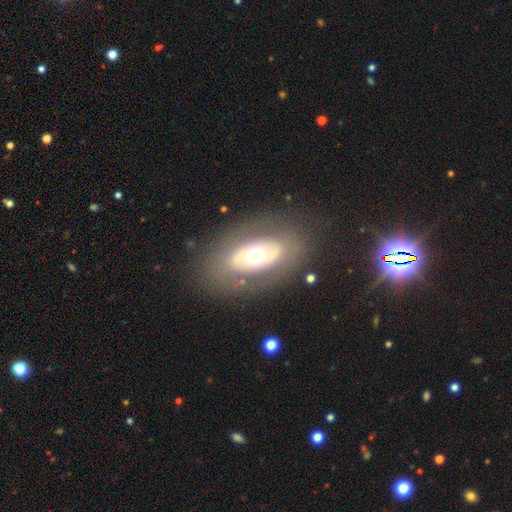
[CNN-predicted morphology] Smooth or featured? featured or disk (53%)
Edge-on disk? no (89%)
Merging? none (79%)